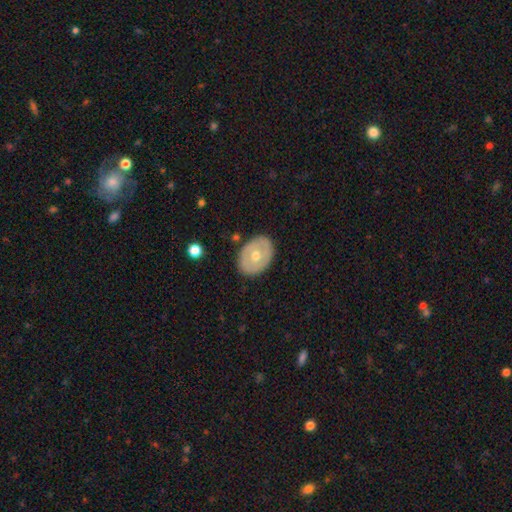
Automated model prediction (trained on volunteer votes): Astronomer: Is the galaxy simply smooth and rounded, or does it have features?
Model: featured or disk — 48% (runner-up: smooth, 46%).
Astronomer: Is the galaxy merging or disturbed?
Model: none — 85%.